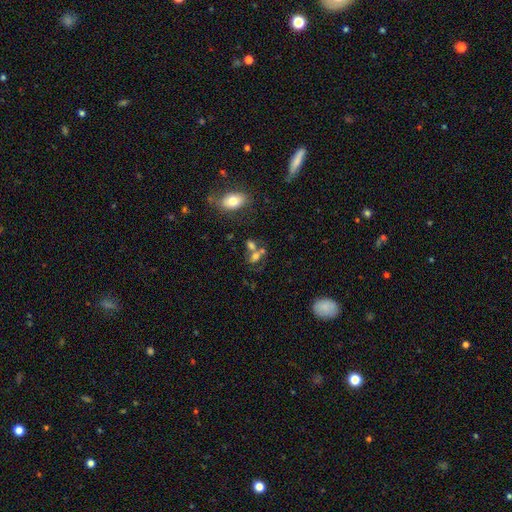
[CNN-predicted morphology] A smooth galaxy with no disk features (61%) that is in between round and cigar-shaped (69%). Merging: merger (48%).